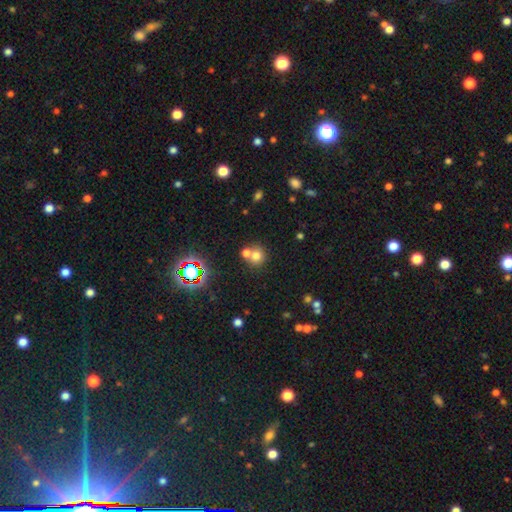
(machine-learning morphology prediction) A smooth galaxy with no disk features (70%) that is round (87%).

Vote fractions:
- Smooth or featured? smooth: 70% / star or artifact: 19% / featured or disk: 11%
- How rounded? round: 87% / in between: 12% / cigar-shaped: 1%
- Merging? none: 50% / merger: 40% / minor disturbance: 7% / major disturbance: 3%